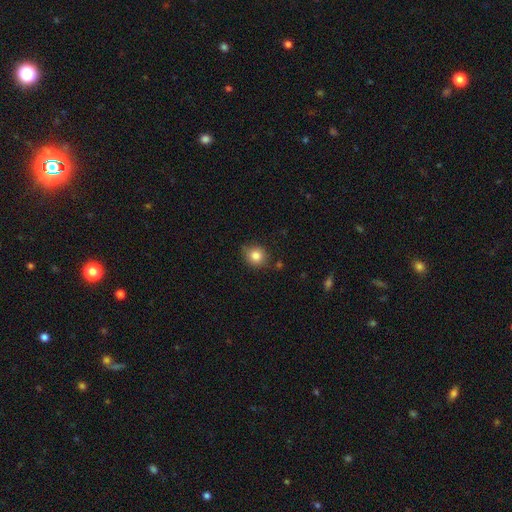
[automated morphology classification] Smooth or featured? Predicted: smooth (p=0.83). How rounded? Predicted: round (p=0.79). Merging? Predicted: none (p=0.77).